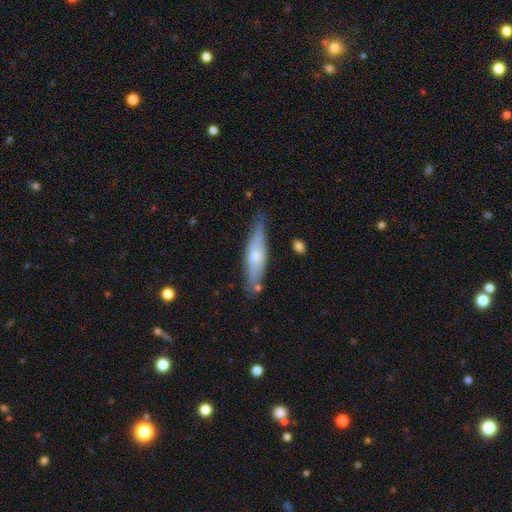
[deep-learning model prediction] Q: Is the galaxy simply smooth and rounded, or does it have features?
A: smooth — 49%.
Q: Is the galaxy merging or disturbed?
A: none — 72%.